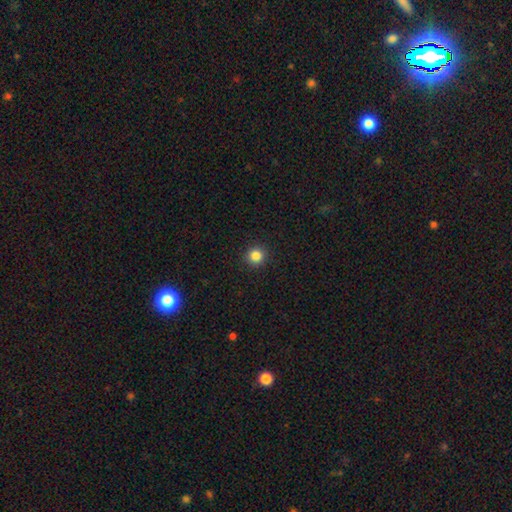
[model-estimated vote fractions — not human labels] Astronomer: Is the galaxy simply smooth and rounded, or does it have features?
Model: smooth — 84%.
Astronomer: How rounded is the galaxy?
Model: round — 95%.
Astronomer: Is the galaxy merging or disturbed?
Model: none — 93%.